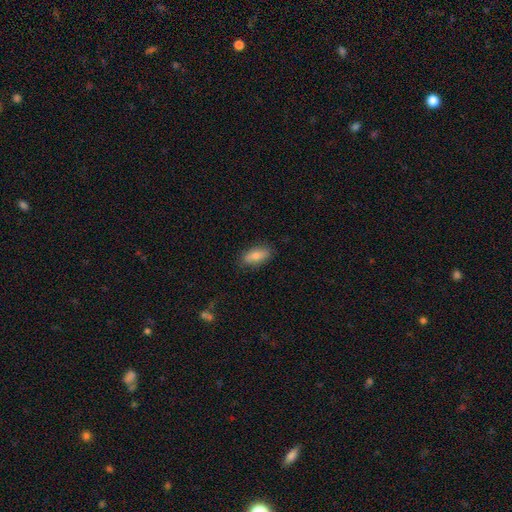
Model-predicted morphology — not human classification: This is likely a smooth galaxy (78%). How rounded: clearly in between (83%). Merging: clearly none (83%).